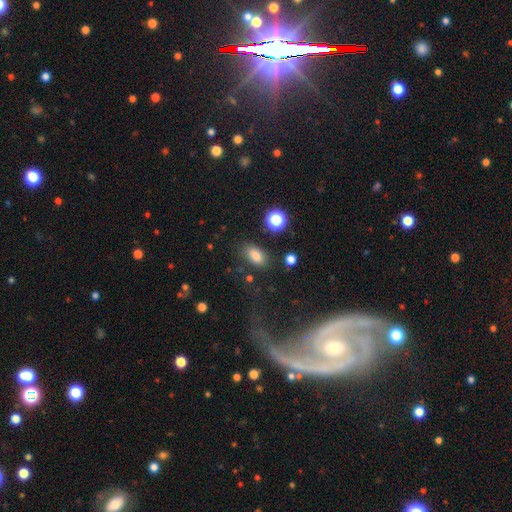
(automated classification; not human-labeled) smooth_or_featured: smooth (p=0.80) [alt: star or artifact p=0.13]
how_rounded: in between (p=0.86) [alt: round p=0.09]
merging: none (p=0.79) [alt: minor disturbance p=0.13]